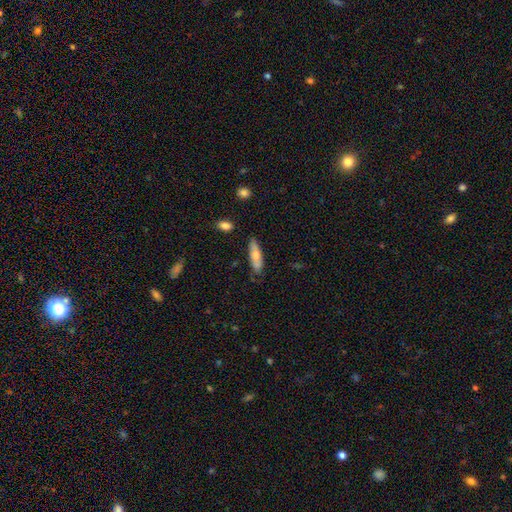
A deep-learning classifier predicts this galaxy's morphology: smooth 64%, featured or disk 30%, star or artifact 6%. Down the decision tree: how rounded — cigar-shaped (55%); merging — none (72%).